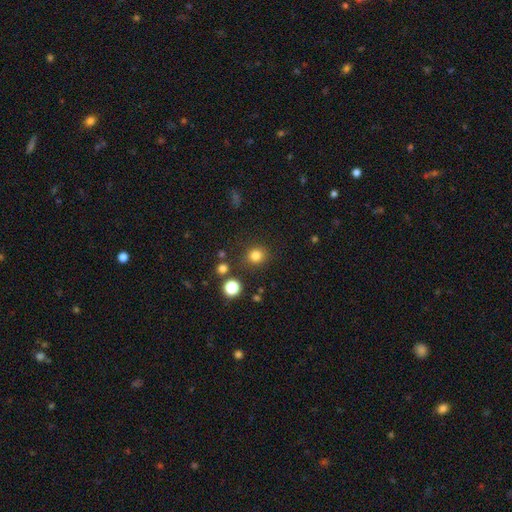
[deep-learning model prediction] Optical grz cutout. It shows a smooth galaxy with no disk features (81%) that is round (87%). Merging: none (86%).